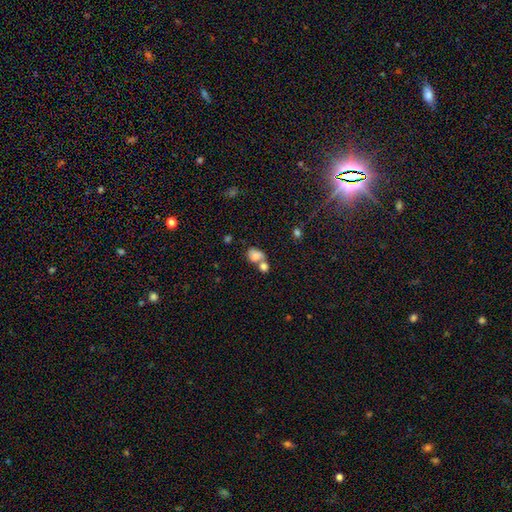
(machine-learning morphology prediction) smooth_or_featured: smooth (p=0.77) [alt: featured or disk p=0.13]
how_rounded: in between (p=0.56) [alt: round p=0.42]
merging: merger (p=0.58) [alt: none p=0.26]